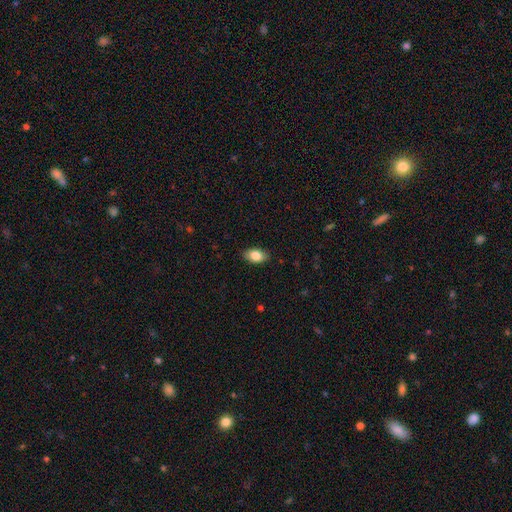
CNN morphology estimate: Smooth or featured?
  - smooth: 84% *
  - featured or disk: 9%
  - star or artifact: 7%
How rounded?
  - in between: 91% *
  - round: 7%
  - cigar-shaped: 2%
Merging?
  - none: 87% *
  - minor disturbance: 10%
  - major disturbance: 2%
  - merger: 1%